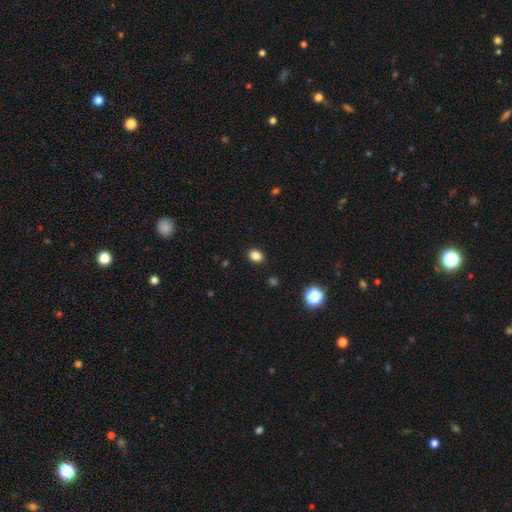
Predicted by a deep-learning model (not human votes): Smooth or featured? Predicted: smooth (p=0.85). How rounded? Predicted: in between (p=0.71). Merging? Predicted: none (p=0.89).